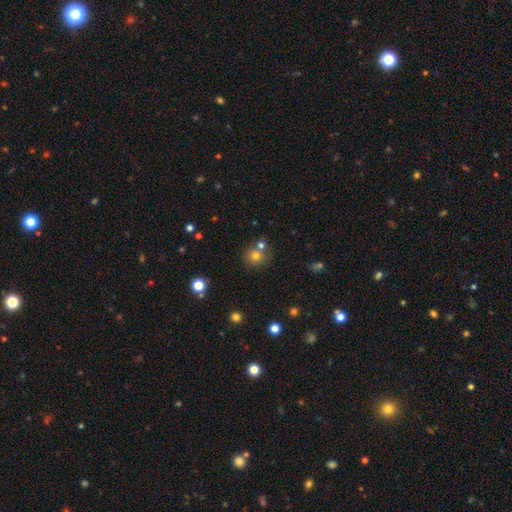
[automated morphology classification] smooth-or-featured: smooth: 74% | star or artifact: 15% | featured or disk: 11%
  how-rounded: round: 88% | in between: 11% | cigar-shaped: 1%
  merging: none: 63% | merger: 26% | minor disturbance: 8% | major disturbance: 3%